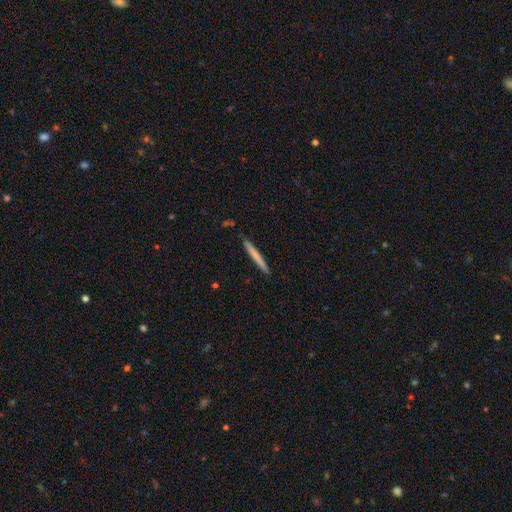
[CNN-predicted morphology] A smooth galaxy with no disk features (67%) that is cigar-shaped (97%). Merging: none (91%).